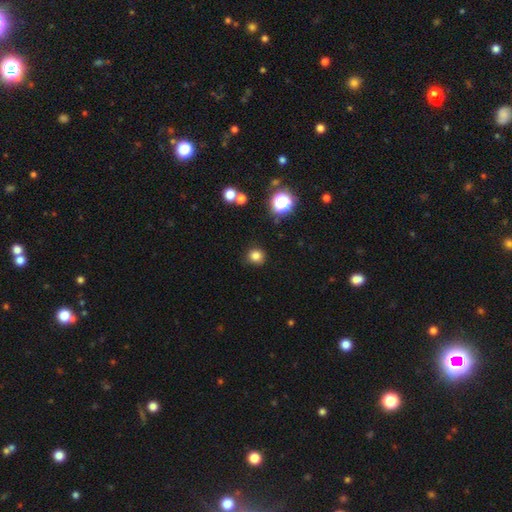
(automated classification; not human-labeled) A smooth galaxy with no disk features (81%) that is round (90%). Merging: none (87%).